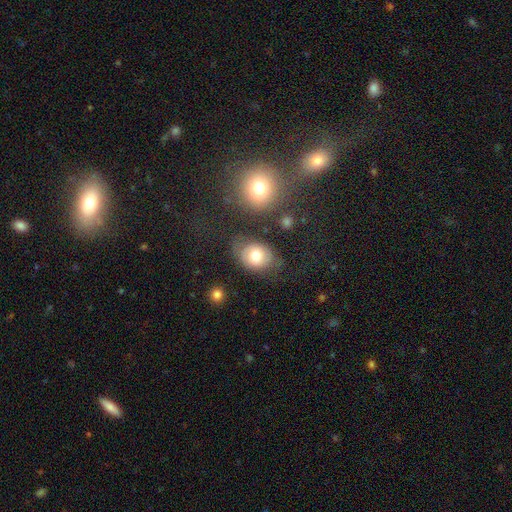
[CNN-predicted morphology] This appears to be a smooth galaxy with no disk features (73%) that is in between round and cigar-shaped (60%). Merging: none (64%).